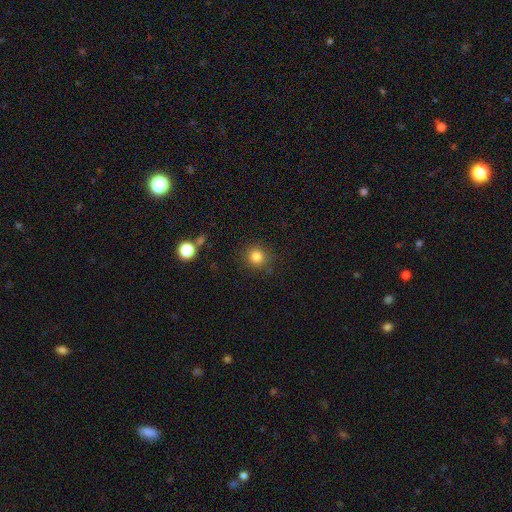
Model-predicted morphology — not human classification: The model was most divided on "smooth or featured": smooth: 83%, star or artifact: 12%, featured or disk: 5%. More confident: how rounded — round (90%); merging — none (87%).